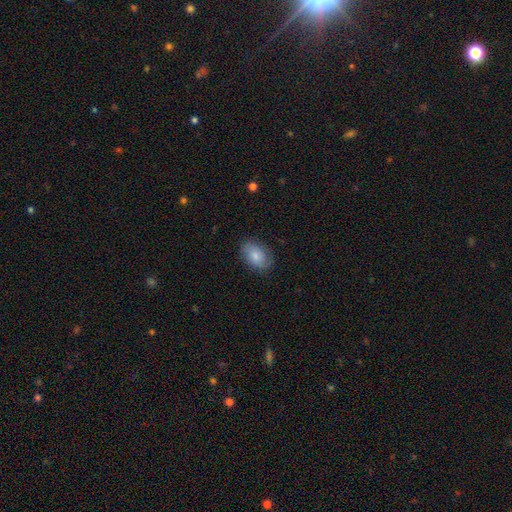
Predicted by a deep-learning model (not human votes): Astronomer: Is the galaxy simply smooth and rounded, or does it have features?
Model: smooth — 75%.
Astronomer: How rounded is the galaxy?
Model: in between — 85%.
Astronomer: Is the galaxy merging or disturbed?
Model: none — 80%.